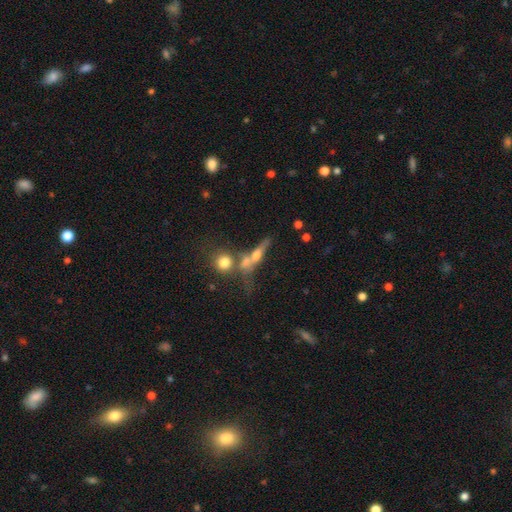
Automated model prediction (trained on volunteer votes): Morphology: type=featured or disk (51%); edge-on=yes (78%); merging=none (43%).